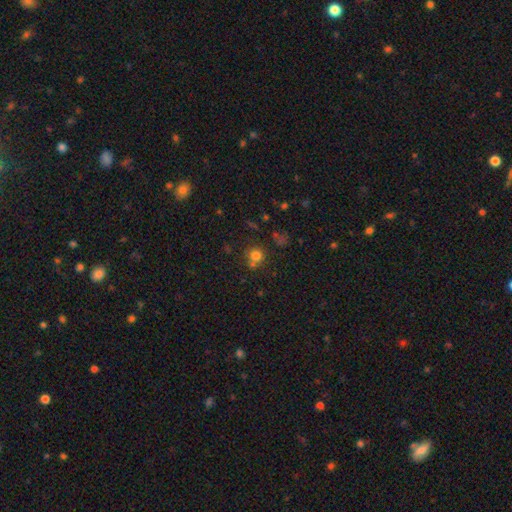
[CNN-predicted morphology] Smooth or featured: smooth — 76% (star or artifact — 16%)
How rounded: round — 87% (in between — 11%)
Merging: none — 61% (merger — 21%)